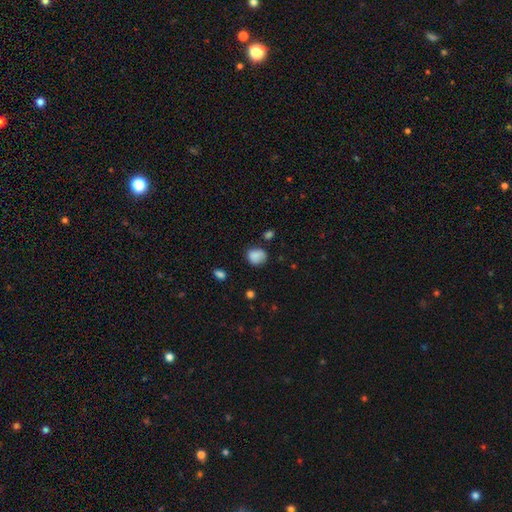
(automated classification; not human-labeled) Overall: smooth (84%). How rounded: round (63%; in between 36%). Merging: none (63%; minor disturbance 26%).